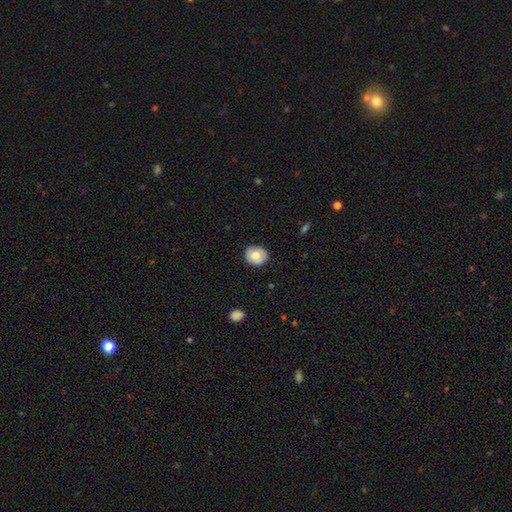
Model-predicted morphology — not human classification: smooth 73%, featured or disk 19%, star or artifact 8%. Down the decision tree: how rounded — round (75%); merging — none (85%).